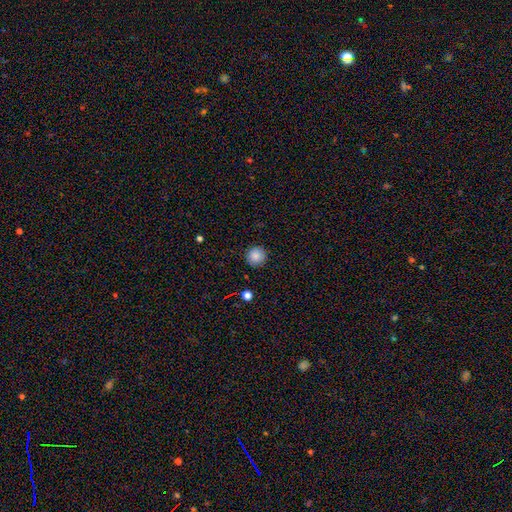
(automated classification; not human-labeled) A smooth galaxy with no disk features (86%) that is round (94%). Merging: none (91%).